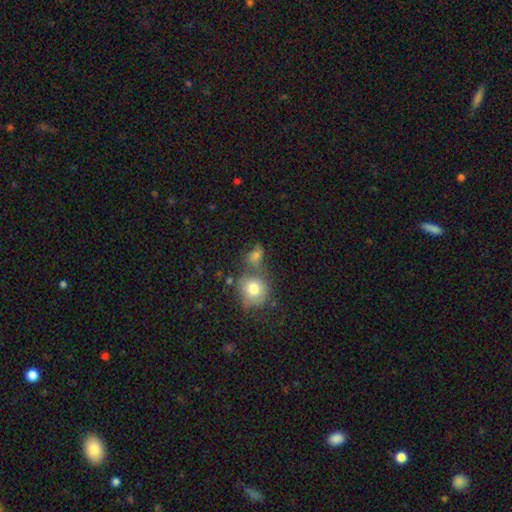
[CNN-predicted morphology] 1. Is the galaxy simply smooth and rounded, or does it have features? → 68% smooth, 18% featured or disk, 14% star or artifact.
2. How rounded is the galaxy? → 54% round, 43% in between, 2% cigar-shaped.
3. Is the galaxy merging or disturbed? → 40% none, 35% merger, 15% minor disturbance, 10% major disturbance.